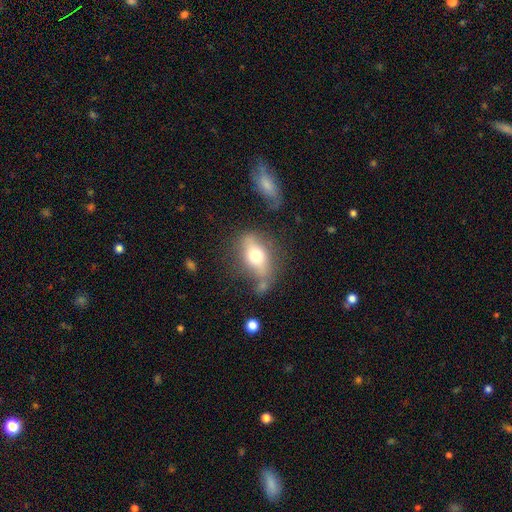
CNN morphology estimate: Smooth or featured: smooth — 51% (featured or disk — 41%)
How rounded: in between — 74% (round — 14%)
Merging: none — 58% (minor disturbance — 20%)